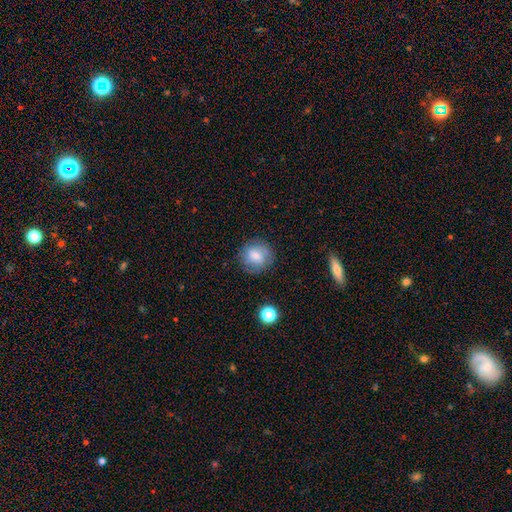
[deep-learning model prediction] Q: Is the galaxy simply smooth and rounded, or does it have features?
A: smooth — 74%.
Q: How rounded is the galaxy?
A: round — 87%.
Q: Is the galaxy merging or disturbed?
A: none — 81%.